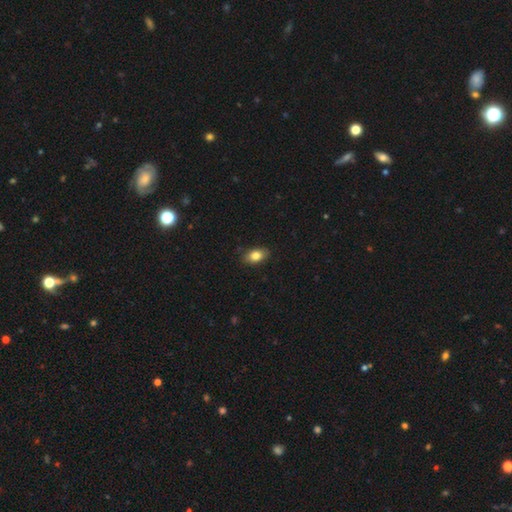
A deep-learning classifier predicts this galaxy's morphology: smooth_or_featured: smooth (p=0.83) [alt: featured or disk p=0.09]
how_rounded: in between (p=0.88) [alt: round p=0.09]
merging: none (p=0.87) [alt: minor disturbance p=0.10]